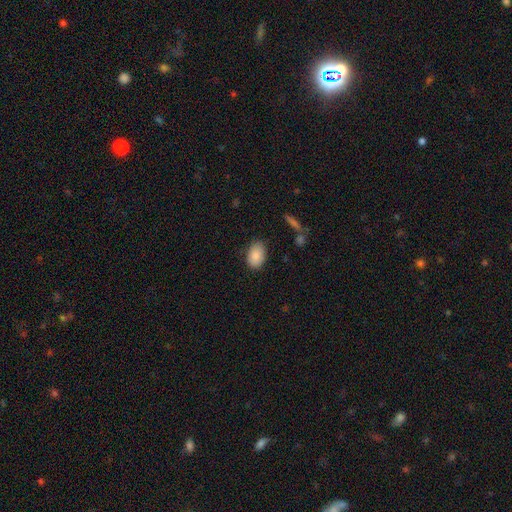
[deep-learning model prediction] Smooth or featured?
  - smooth: 87% *
  - star or artifact: 7%
  - featured or disk: 6%
How rounded?
  - in between: 89% *
  - round: 10%
  - cigar-shaped: 1%
Merging?
  - none: 81% *
  - minor disturbance: 14%
  - major disturbance: 3%
  - merger: 1%